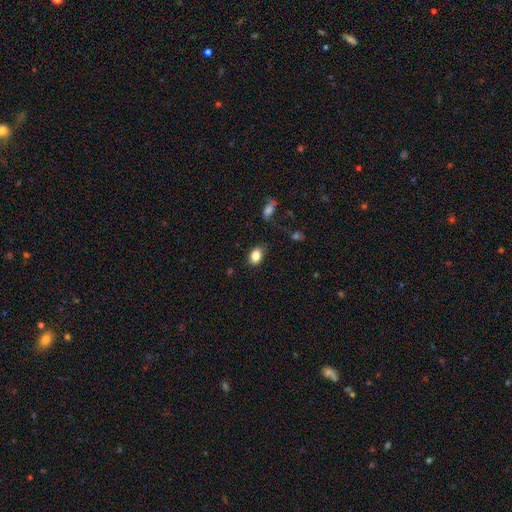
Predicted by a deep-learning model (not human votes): Smooth or featured? smooth (84%)
How rounded? in between (75%)
Merging? none (78%)